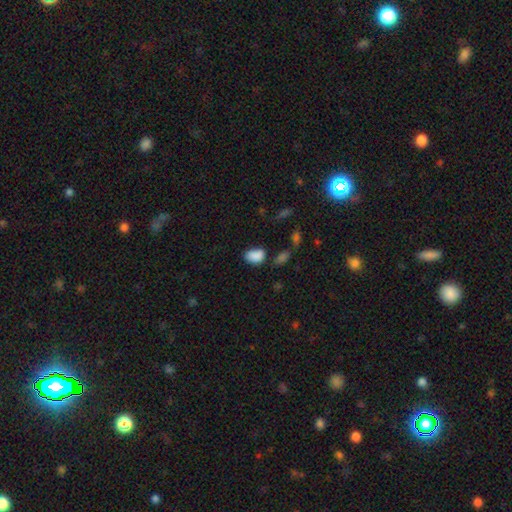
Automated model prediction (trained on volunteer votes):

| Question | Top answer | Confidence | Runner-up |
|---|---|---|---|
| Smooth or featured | smooth | 85% | star or artifact (10%) |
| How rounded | in between | 84% | round (15%) |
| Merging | none | 58% | minor disturbance (27%) |